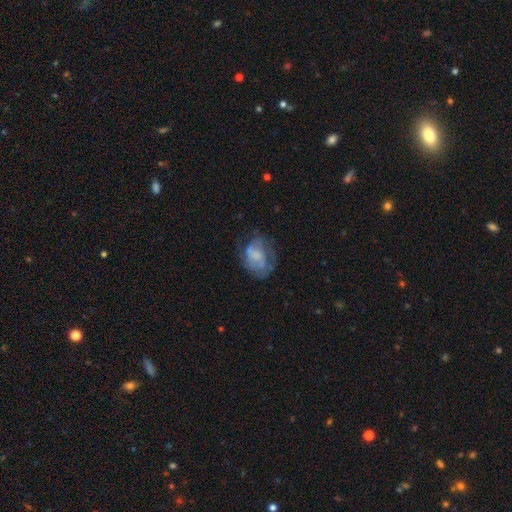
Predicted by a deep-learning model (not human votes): A featured or disk galaxy (49%). Merging: none (43%).